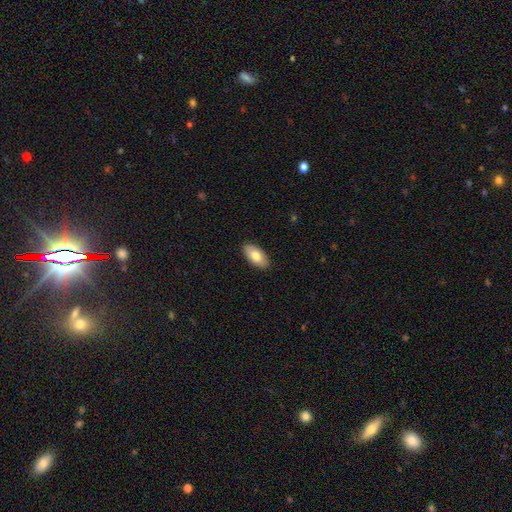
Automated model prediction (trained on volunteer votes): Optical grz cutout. It shows a smooth galaxy with no disk features (78%) that is in between round and cigar-shaped (94%). Merging: none (90%).